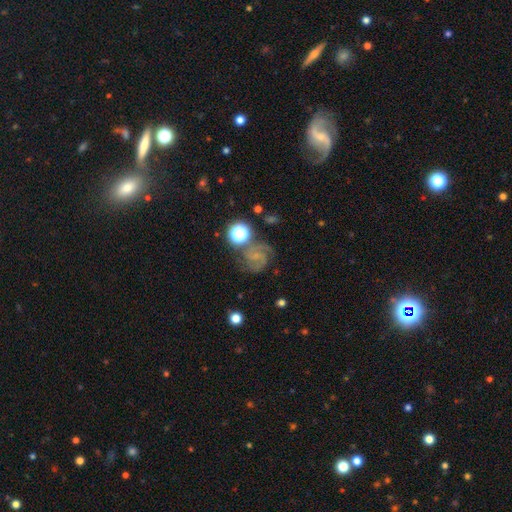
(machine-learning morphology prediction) A featured or disk galaxy (74%) with no bar (53%), 2 (58%) medium (51%) spiral arms (97%) and a small central bulge (65%). Merging: none (68%).